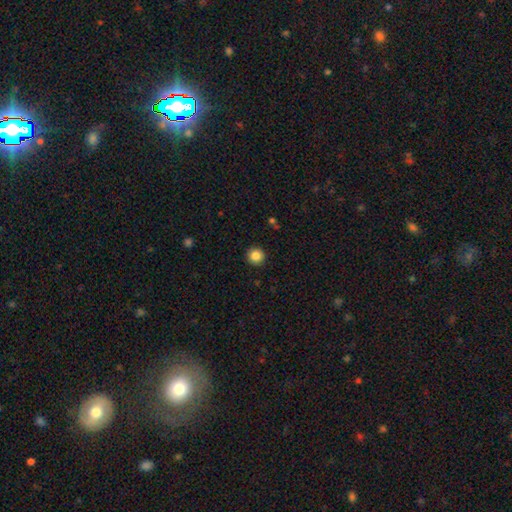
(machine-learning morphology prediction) Smooth or featured? Predicted: smooth (p=0.86). How rounded? Predicted: round (p=0.95). Merging? Predicted: none (p=0.92).